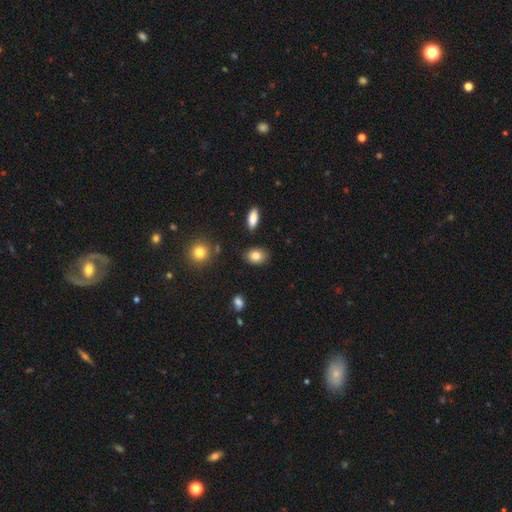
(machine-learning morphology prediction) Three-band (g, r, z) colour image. It shows a smooth galaxy with no disk features (82%) that is in between round and cigar-shaped (71%). Merging: none (84%).